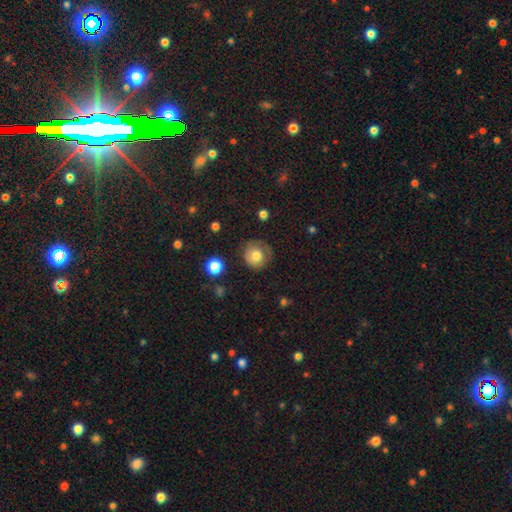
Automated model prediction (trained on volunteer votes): Smooth or featured? Predicted: smooth (p=0.71). How rounded? Predicted: round (p=0.89). Merging? Predicted: none (p=0.69).